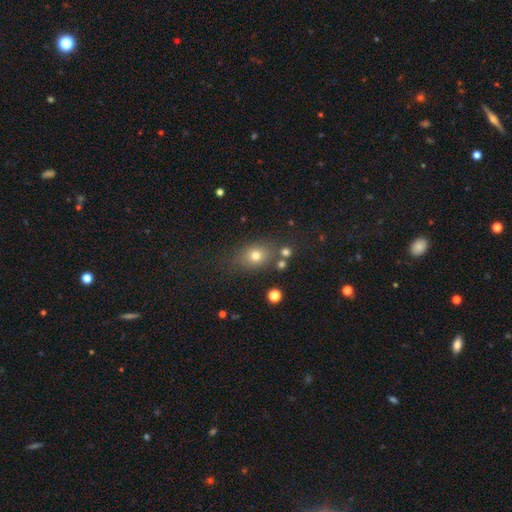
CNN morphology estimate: Overall: smooth (73%). How rounded: round (49%, tied with in between). Merging: none (72%).